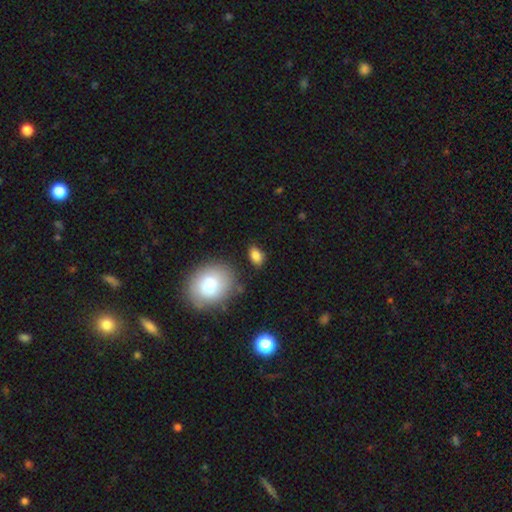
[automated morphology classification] This is clearly a smooth galaxy (85%). How rounded: clearly in between (84%). Merging: likely none (76%).